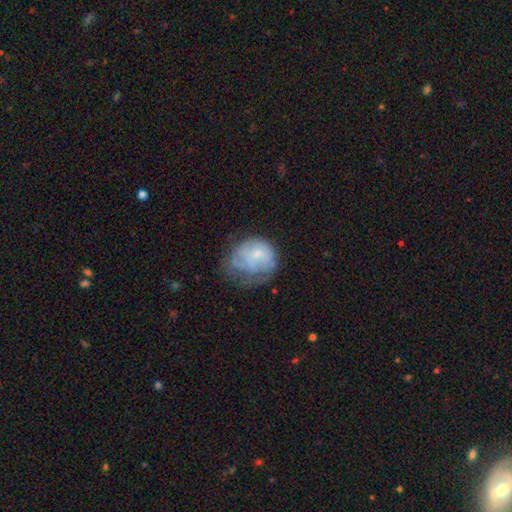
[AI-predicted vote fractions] This is possibly a smooth galaxy (49%). Merging: marginally none (33%, tied with major disturbance).